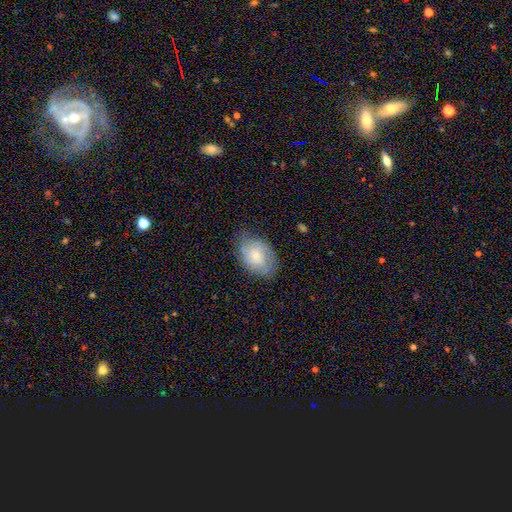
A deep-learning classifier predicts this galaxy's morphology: A smooth galaxy with no disk features (66%) that is in between round and cigar-shaped (84%).

Vote fractions:
- Smooth or featured? smooth: 66% / featured or disk: 27% / star or artifact: 7%
- How rounded? in between: 84% / round: 15% / cigar-shaped: 1%
- Merging? none: 69% / minor disturbance: 24% / major disturbance: 6% / merger: 1%